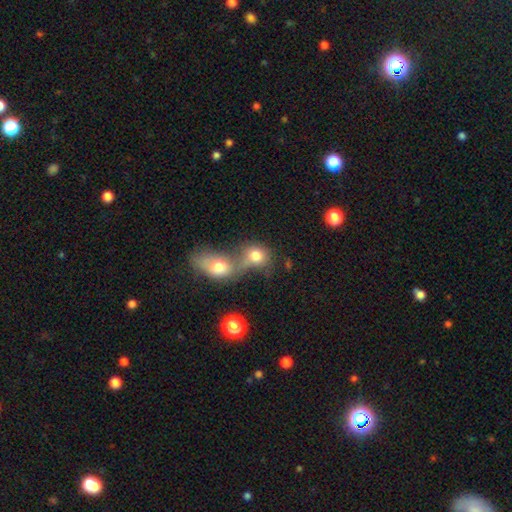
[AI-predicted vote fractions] Smooth or featured? Predicted: smooth (p=0.76). How rounded? Predicted: round (p=0.62). Merging? Predicted: merger (p=0.65).